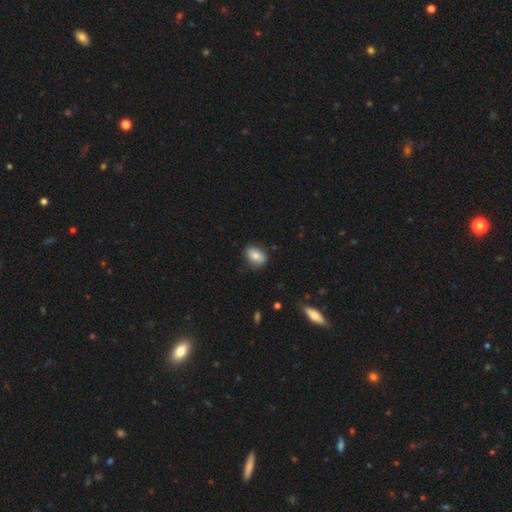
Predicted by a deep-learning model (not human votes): Smooth or featured? smooth (78%)
How rounded? in between (80%)
Merging? none (76%)